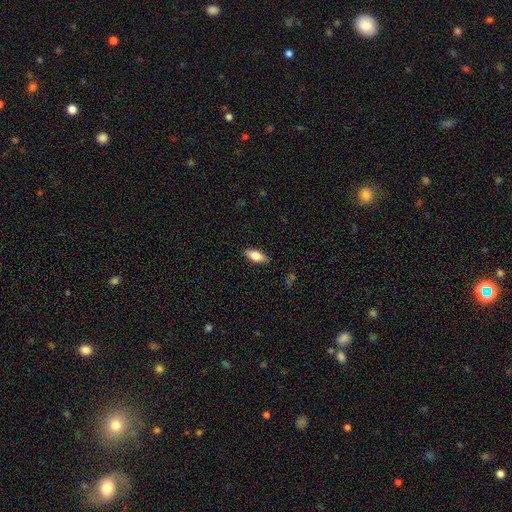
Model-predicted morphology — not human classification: smooth-or-featured: smooth: 76% | featured or disk: 17% | star or artifact: 7%
  how-rounded: in between: 81% | cigar-shaped: 17% | round: 3%
  merging: none: 86% | minor disturbance: 10% | major disturbance: 2% | merger: 1%